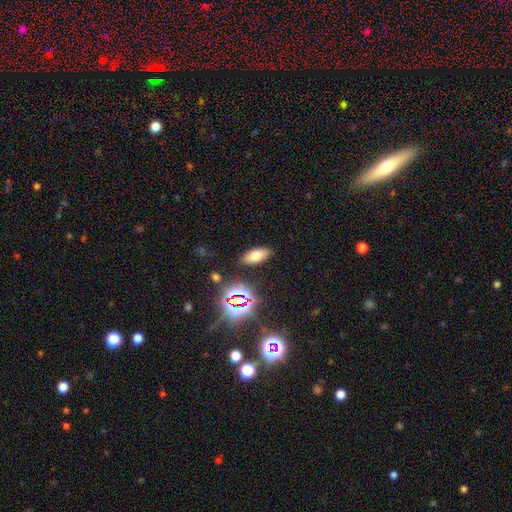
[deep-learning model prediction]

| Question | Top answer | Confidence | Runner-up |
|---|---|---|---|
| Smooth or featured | smooth | 65% | star or artifact (19%) |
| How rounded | in between | 85% | cigar-shaped (10%) |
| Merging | none | 86% | minor disturbance (9%) |